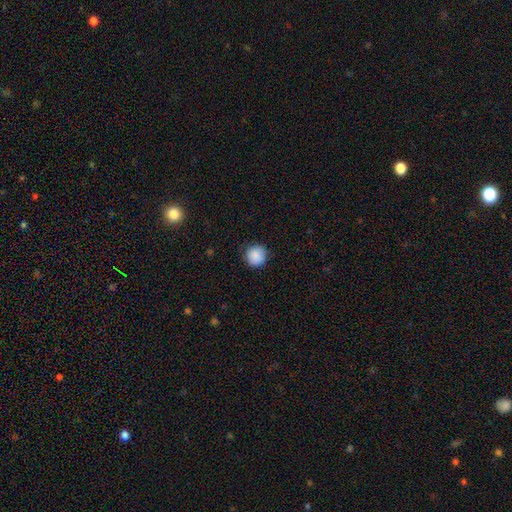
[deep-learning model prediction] Overall: smooth (88%). How rounded: round (94%). Merging: none (84%).